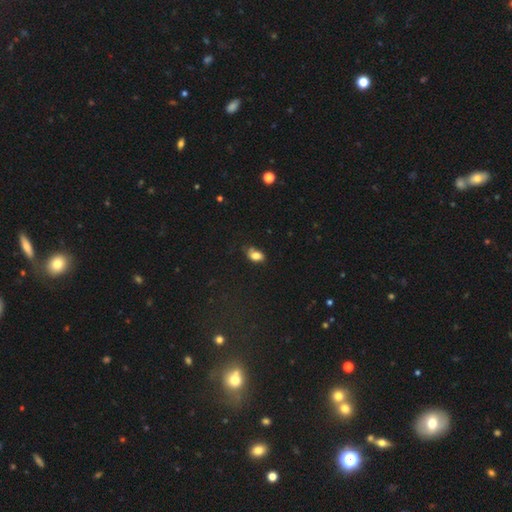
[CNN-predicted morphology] This is likely a smooth galaxy (79%). How rounded: clearly in between (86%). Merging: possibly none (50%).